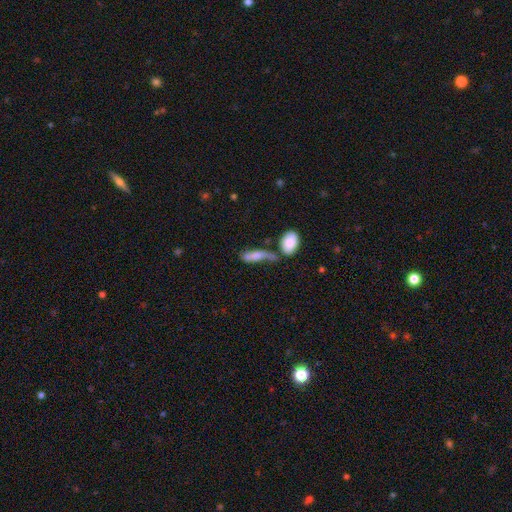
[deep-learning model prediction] Q: Smooth or featured?
A: smooth (67%); runner-up: featured or disk (24%)
Q: How rounded?
A: in between (51%); runner-up: cigar-shaped (45%)
Q: Merging?
A: merger (32%); runner-up: none (31%)